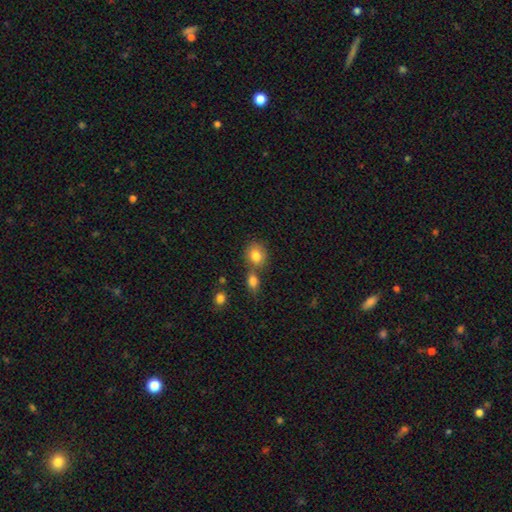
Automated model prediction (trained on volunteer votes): Smooth or featured?
  - smooth: 82% *
  - star or artifact: 9%
  - featured or disk: 8%
How rounded?
  - round: 68% *
  - in between: 31%
  - cigar-shaped: 1%
Merging?
  - none: 55% *
  - merger: 31%
  - minor disturbance: 10%
  - major disturbance: 3%